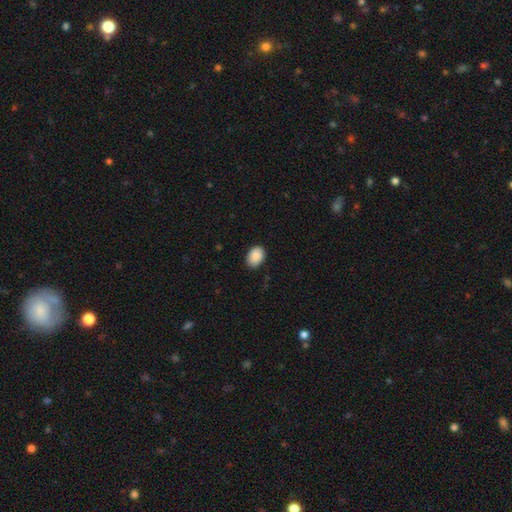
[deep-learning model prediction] The model was most divided on "how rounded": in between: 78%, round: 21%, cigar-shaped: 1%. More confident: smooth or featured — smooth (90%); merging — none (84%).